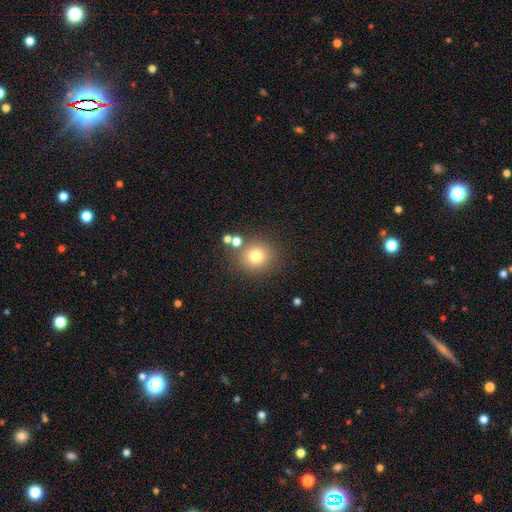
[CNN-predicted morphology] Smooth or featured? Predicted: smooth (p=0.76). How rounded? Predicted: round (p=0.89). Merging? Predicted: none (p=0.78).